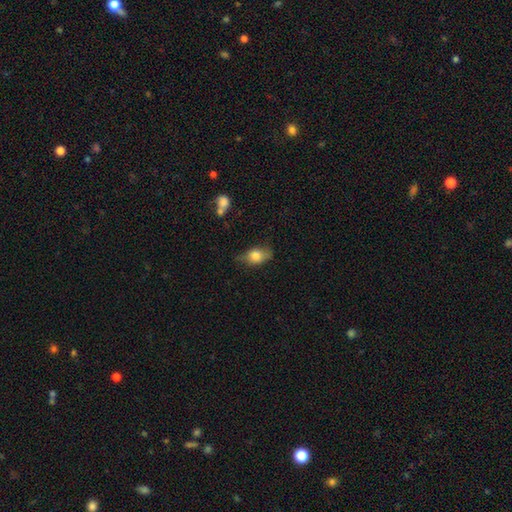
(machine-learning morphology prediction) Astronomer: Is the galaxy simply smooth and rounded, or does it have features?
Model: smooth — 69%.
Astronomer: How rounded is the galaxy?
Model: in between — 78%.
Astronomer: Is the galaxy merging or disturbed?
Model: none — 62%.